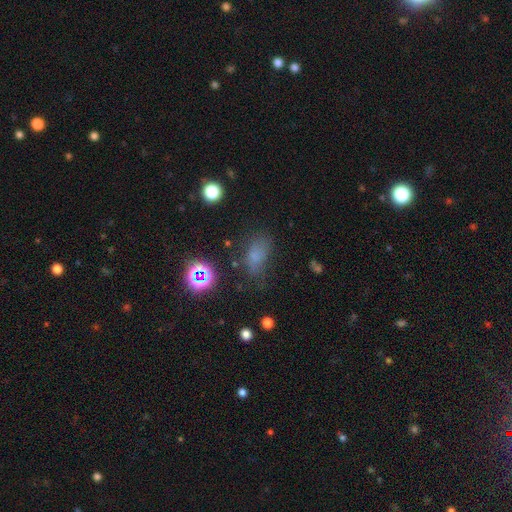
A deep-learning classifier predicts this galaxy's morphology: type=smooth (65%); roundness=in between (82%); merging=none (54%).